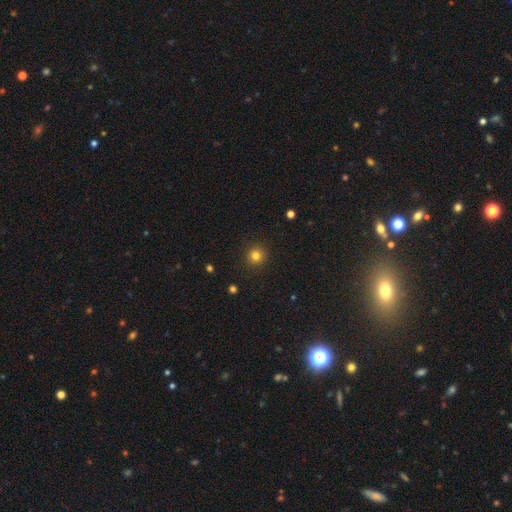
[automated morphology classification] smooth_or_featured: smooth (p=0.81) [alt: star or artifact p=0.14]
how_rounded: round (p=0.94) [alt: in between p=0.05]
merging: none (p=0.91) [alt: minor disturbance p=0.06]